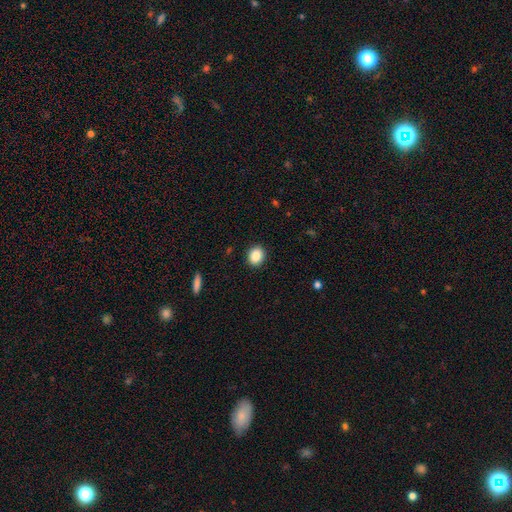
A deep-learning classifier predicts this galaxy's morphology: A smooth galaxy with no disk features (86%) that is round (61%). Merging: none (91%).